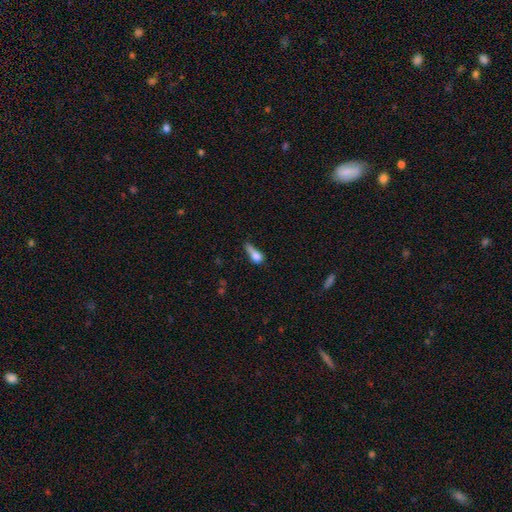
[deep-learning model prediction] Smooth or featured?
  - smooth: 69% *
  - featured or disk: 19%
  - star or artifact: 12%
How rounded?
  - in between: 57% *
  - cigar-shaped: 24%
  - round: 19%
Merging?
  - major disturbance: 34% *
  - minor disturbance: 26%
  - none: 24%
  - merger: 16%